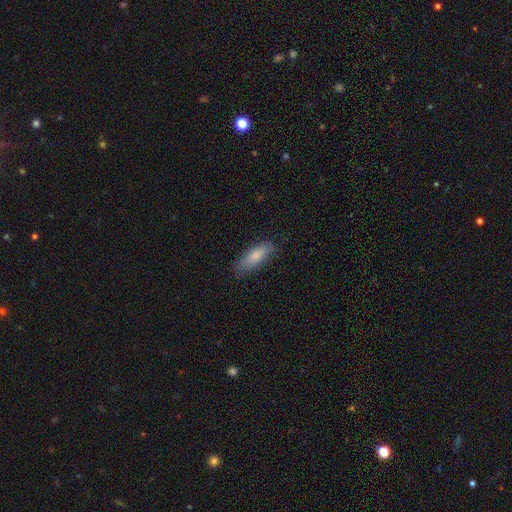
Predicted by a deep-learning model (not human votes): Q: Smooth or featured?
A: smooth (81%); runner-up: featured or disk (14%)
Q: How rounded?
A: in between (65%); runner-up: cigar-shaped (33%)
Q: Merging?
A: none (78%); runner-up: minor disturbance (17%)